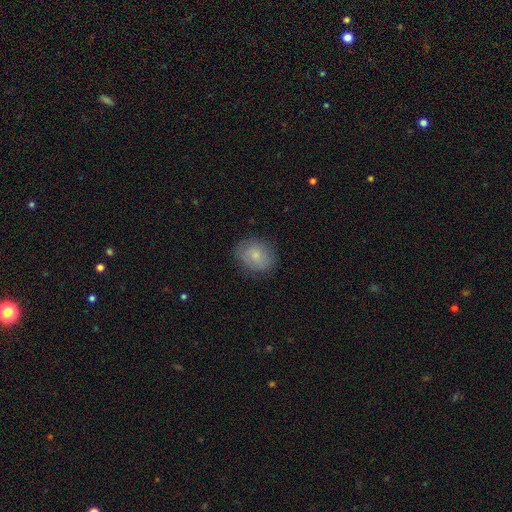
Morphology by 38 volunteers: Smooth or featured? smooth (76%)
How rounded? round (59%)
Merging? none (86%)